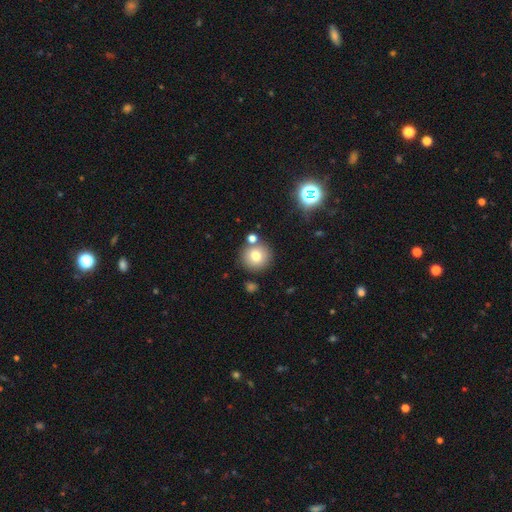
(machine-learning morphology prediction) type=smooth (76%); roundness=round (93%); merging=none (78%).